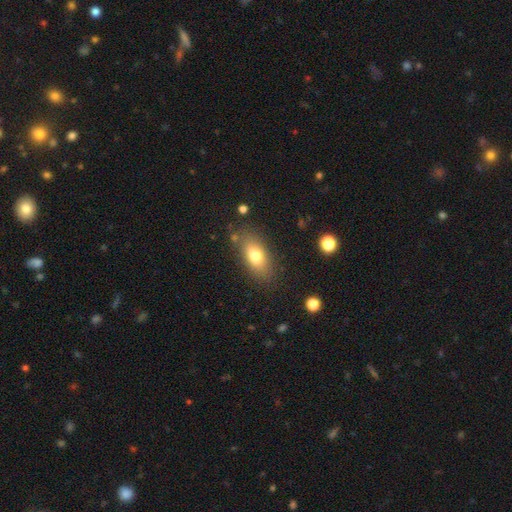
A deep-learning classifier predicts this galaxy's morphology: This is likely a smooth galaxy (75%). How rounded: clearly in between (85%). Merging: likely none (79%).